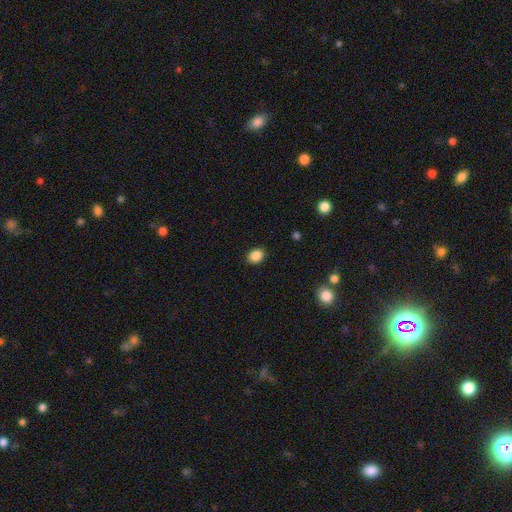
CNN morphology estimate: Smooth or featured?
  - smooth: 87% *
  - star or artifact: 9%
  - featured or disk: 4%
How rounded?
  - round: 52% *
  - in between: 47%
  - cigar-shaped: 1%
Merging?
  - none: 89% *
  - minor disturbance: 8%
  - major disturbance: 2%
  - merger: 1%